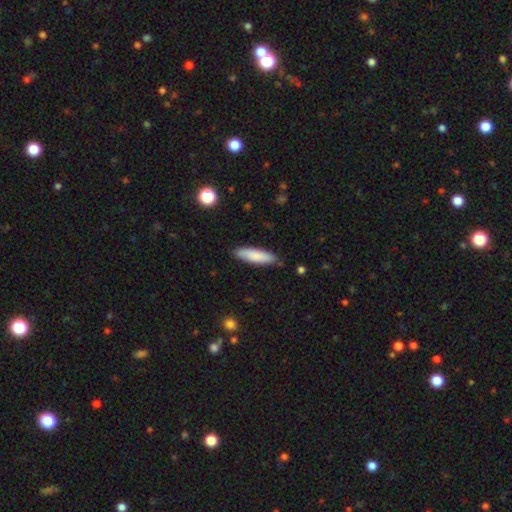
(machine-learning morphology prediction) type=smooth (82%); roundness=cigar-shaped (61%); merging=none (83%).